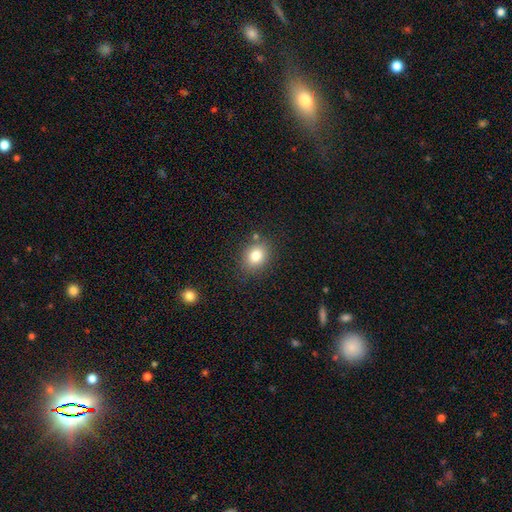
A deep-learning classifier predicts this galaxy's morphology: The model was most divided on "how rounded": round: 50%, in between: 49%, cigar-shaped: 1%. More confident: smooth or featured — smooth (81%); merging — none (80%).